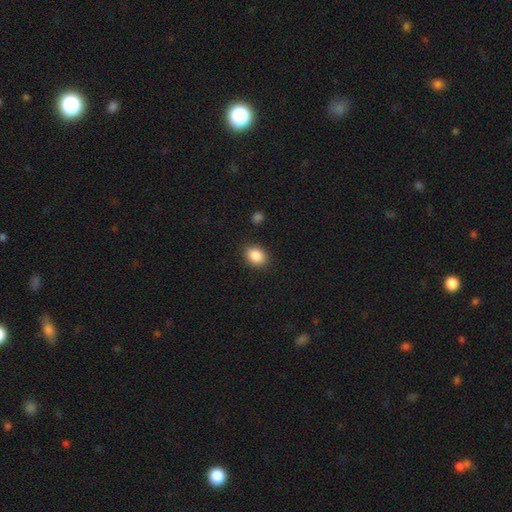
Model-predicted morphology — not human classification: smooth_or_featured: smooth (p=0.88) [alt: star or artifact p=0.08]
how_rounded: in between (p=0.66) [alt: round p=0.33]
merging: none (p=0.87) [alt: minor disturbance p=0.09]